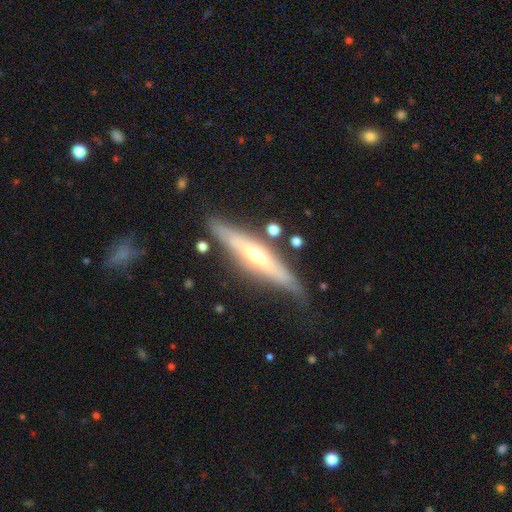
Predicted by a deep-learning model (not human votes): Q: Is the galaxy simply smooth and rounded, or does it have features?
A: featured or disk — 66%.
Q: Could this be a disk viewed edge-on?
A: yes — 81%.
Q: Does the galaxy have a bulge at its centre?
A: rounded — 76%.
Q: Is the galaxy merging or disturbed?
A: none — 74%.